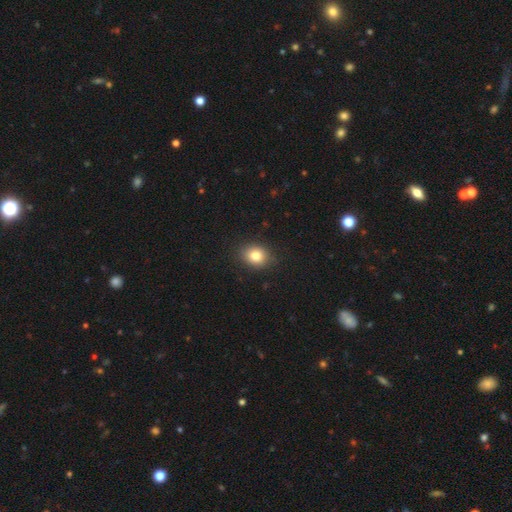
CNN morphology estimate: Q: Smooth or featured?
A: smooth (81%); runner-up: star or artifact (11%)
Q: How rounded?
A: round (58%); runner-up: in between (41%)
Q: Merging?
A: none (88%); runner-up: minor disturbance (9%)